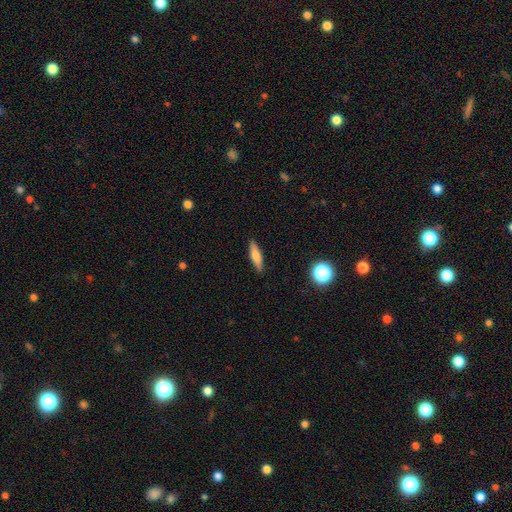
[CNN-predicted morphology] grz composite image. It shows a smooth galaxy with no disk features (69%) that is cigar-shaped (74%). Merging: none (89%).